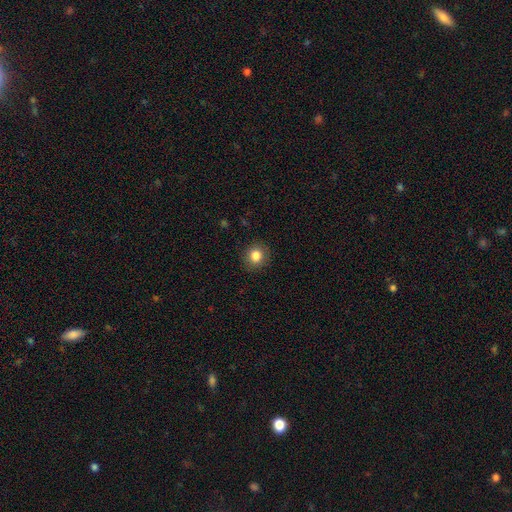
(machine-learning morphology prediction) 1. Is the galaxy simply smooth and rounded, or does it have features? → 84% smooth, 10% star or artifact, 6% featured or disk.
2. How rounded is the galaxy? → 81% round, 18% in between, 1% cigar-shaped.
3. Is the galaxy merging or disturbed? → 89% none, 8% minor disturbance, 2% major disturbance, 1% merger.